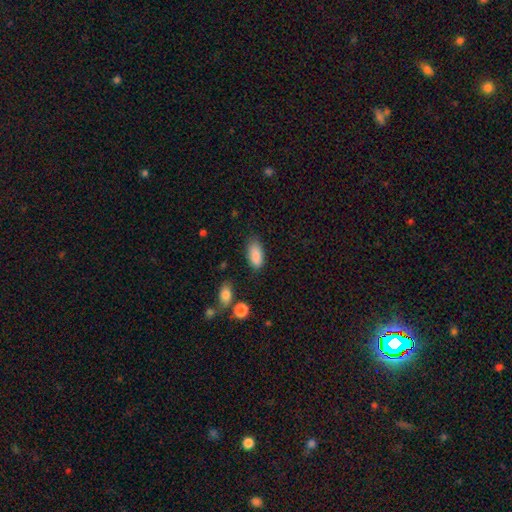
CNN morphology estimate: type=smooth (88%); roundness=in between (90%); merging=none (80%).